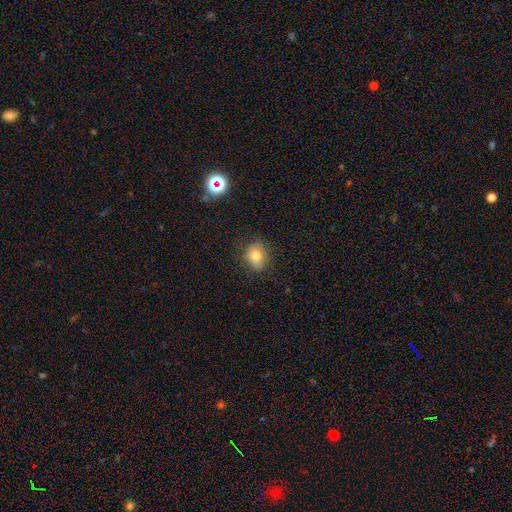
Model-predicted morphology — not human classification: smooth_or_featured: smooth (p=0.77) [alt: star or artifact p=0.12]
how_rounded: round (p=0.57) [alt: in between p=0.42]
merging: none (p=0.81) [alt: minor disturbance p=0.15]